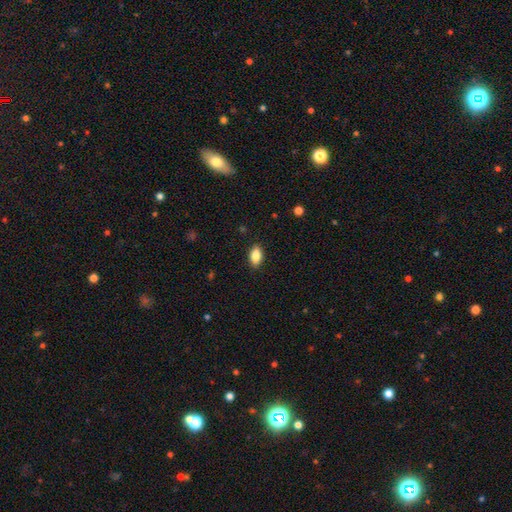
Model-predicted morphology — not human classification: This is clearly a smooth galaxy (84%). How rounded: clearly in between (89%). Merging: clearly none (88%).